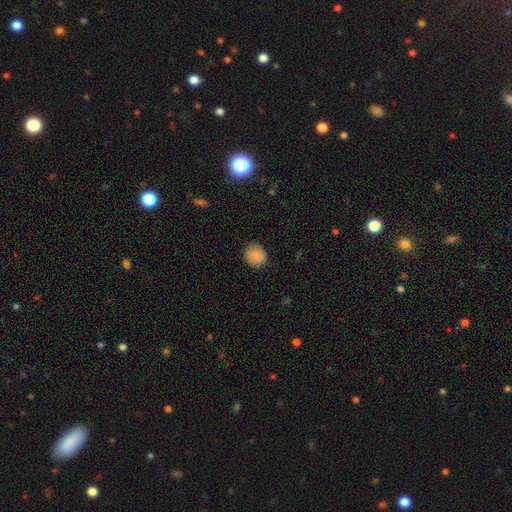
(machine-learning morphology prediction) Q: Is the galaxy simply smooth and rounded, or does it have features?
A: smooth — 84%.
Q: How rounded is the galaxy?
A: round — 82%.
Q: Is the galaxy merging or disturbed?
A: none — 82%.